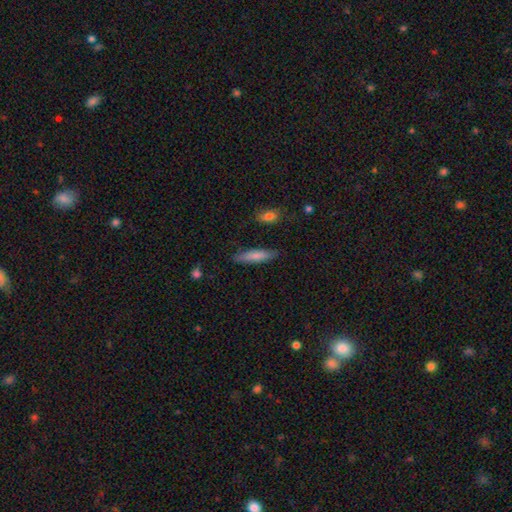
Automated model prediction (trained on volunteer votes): smooth_or_featured: smooth (p=0.77) [alt: featured or disk p=0.17]
how_rounded: cigar-shaped (p=0.80) [alt: in between p=0.18]
merging: none (p=0.85) [alt: minor disturbance p=0.11]